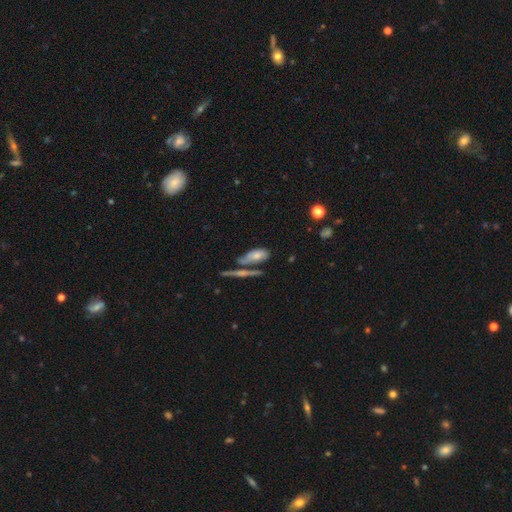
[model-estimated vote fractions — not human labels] The model was most divided on "merging": none: 44%, merger: 30%, minor disturbance: 18%, major disturbance: 8%. More confident: how rounded — in between (78%); smooth or featured — smooth (60%).